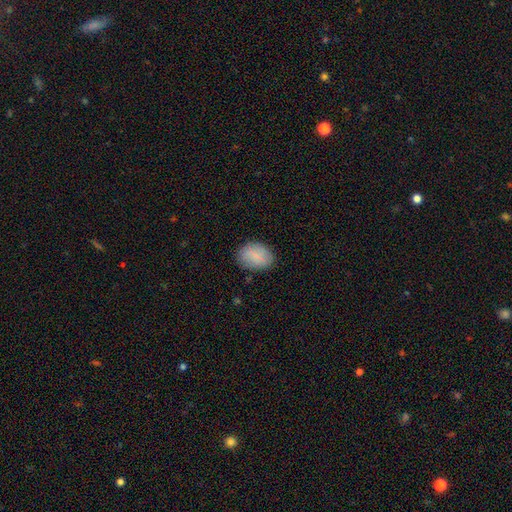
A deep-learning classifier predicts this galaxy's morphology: The model was most divided on "how rounded": in between: 77%, round: 22%, cigar-shaped: 1%. More confident: smooth or featured — smooth (82%); merging — none (81%).